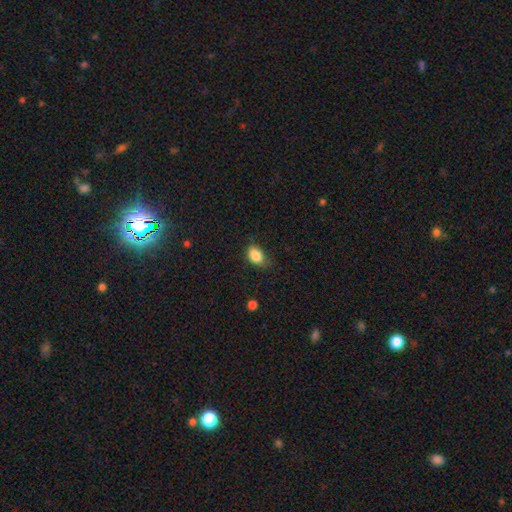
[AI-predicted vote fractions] Q: Smooth or featured?
A: smooth (86%); runner-up: star or artifact (8%)
Q: How rounded?
A: in between (83%); runner-up: round (15%)
Q: Merging?
A: none (67%); runner-up: minor disturbance (26%)